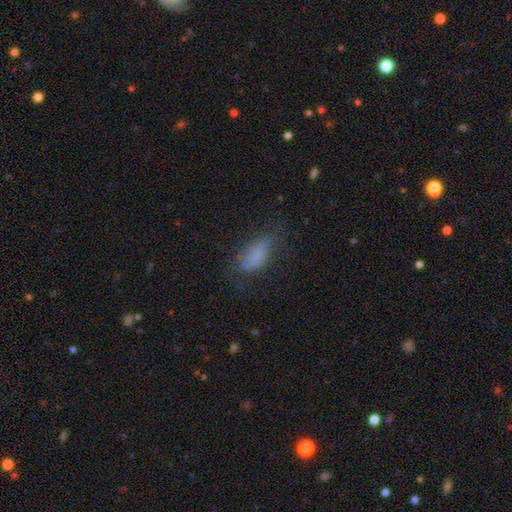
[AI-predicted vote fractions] Smooth or featured?
  - smooth: 70% *
  - featured or disk: 18%
  - star or artifact: 13%
How rounded?
  - in between: 85% *
  - cigar-shaped: 10%
  - round: 5%
Merging?
  - none: 47% *
  - minor disturbance: 29%
  - major disturbance: 22%
  - merger: 2%